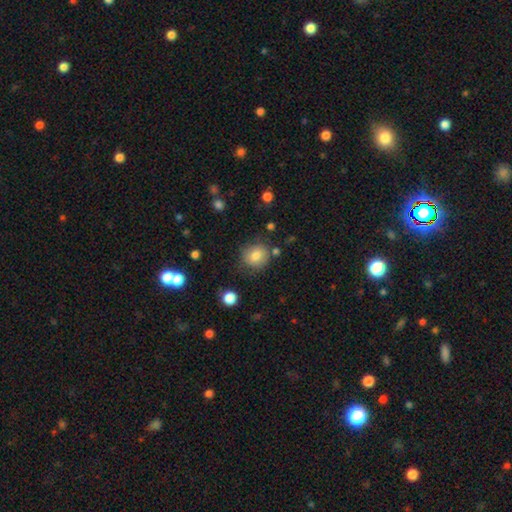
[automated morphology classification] smooth-or-featured: smooth: 80% | star or artifact: 10% | featured or disk: 10%
  how-rounded: round: 82% | in between: 17% | cigar-shaped: 1%
  merging: none: 76% | minor disturbance: 15% | major disturbance: 5% | merger: 4%